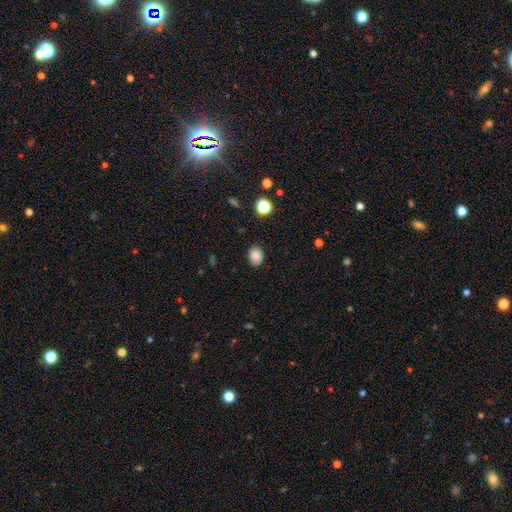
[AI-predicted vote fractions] The model was most divided on "how rounded": in between: 59%, round: 41%, cigar-shaped: 1%. More confident: merging — none (87%); smooth or featured — smooth (86%).